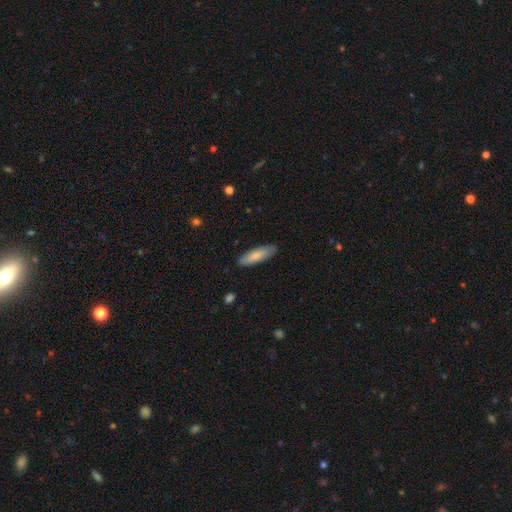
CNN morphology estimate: Overall: smooth (79%). How rounded: cigar-shaped (51%; in between 47%). Merging: none (86%).